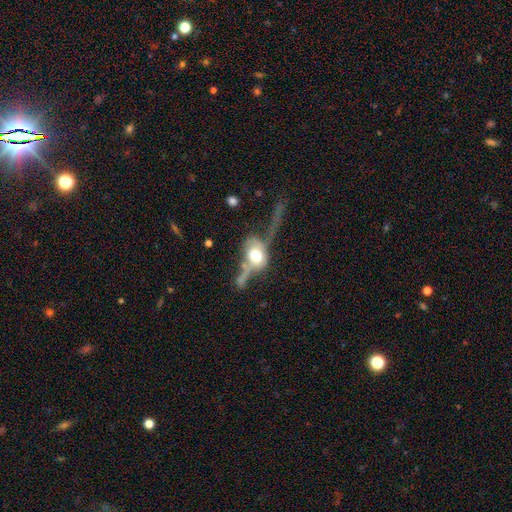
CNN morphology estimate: The model was most divided on "edge-on disk" (2-way tie): no: 50%, yes: 50%. Remaining: smooth or featured — featured or disk (54%); merging — major disturbance (38%).